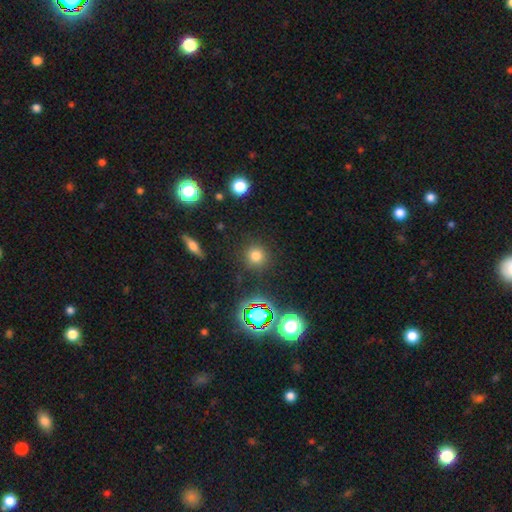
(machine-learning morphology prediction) Overall: smooth (74%). How rounded: round (93%). Merging: none (88%).